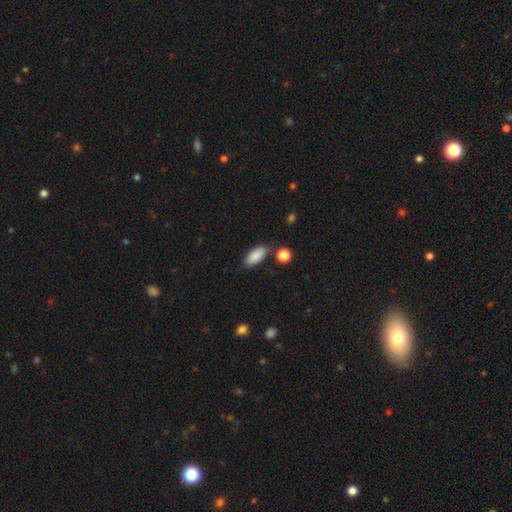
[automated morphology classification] This is clearly a smooth galaxy (88%). How rounded: clearly in between (84%). Merging: likely none (76%).